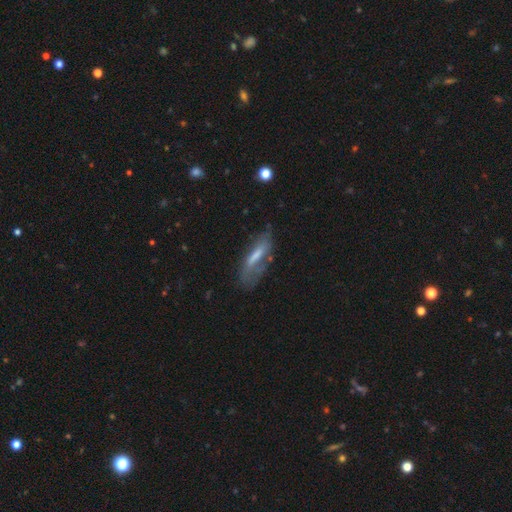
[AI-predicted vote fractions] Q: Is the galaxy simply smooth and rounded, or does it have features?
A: featured or disk — 49%.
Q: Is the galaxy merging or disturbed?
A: none — 55%.